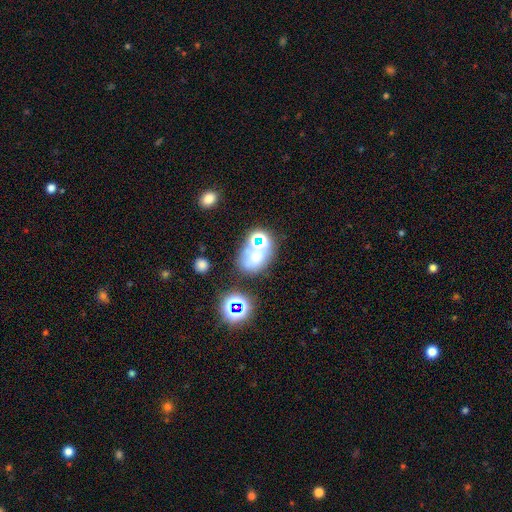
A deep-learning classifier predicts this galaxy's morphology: A smooth galaxy with no disk features (52%) that is in between round and cigar-shaped (59%).

Vote fractions:
- Smooth or featured? smooth: 52% / star or artifact: 28% / featured or disk: 20%
- How rounded? in between: 59% / round: 39% / cigar-shaped: 1%
- Merging? none: 48% / merger: 26% / minor disturbance: 16% / major disturbance: 10%